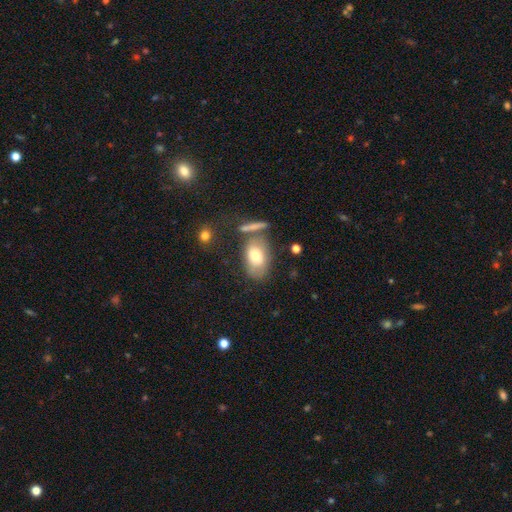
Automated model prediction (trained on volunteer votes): smooth_or_featured: smooth (p=0.70) [alt: featured or disk p=0.22]
how_rounded: in between (p=0.85) [alt: round p=0.12]
merging: none (p=0.58) [alt: minor disturbance p=0.18]